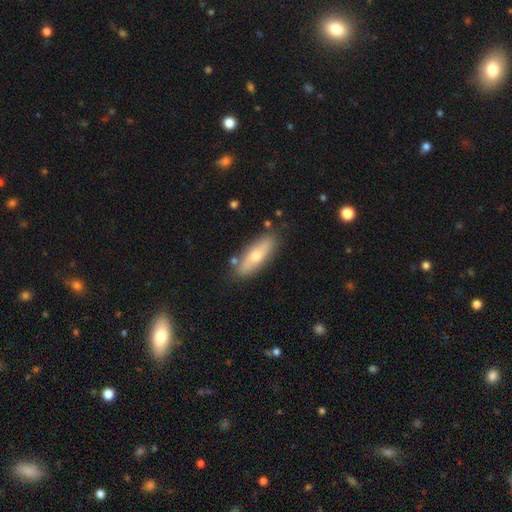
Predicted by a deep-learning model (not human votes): smooth-or-featured: smooth: 60% | featured or disk: 34% | star or artifact: 6%
  how-rounded: in between: 53% | cigar-shaped: 45% | round: 3%
  merging: none: 81% | minor disturbance: 13% | merger: 4% | major disturbance: 3%